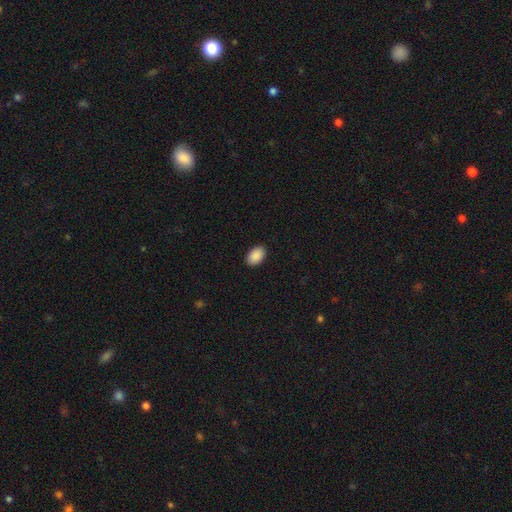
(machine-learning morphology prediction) Overall: smooth (91%). How rounded: in between (91%). Merging: none (91%).